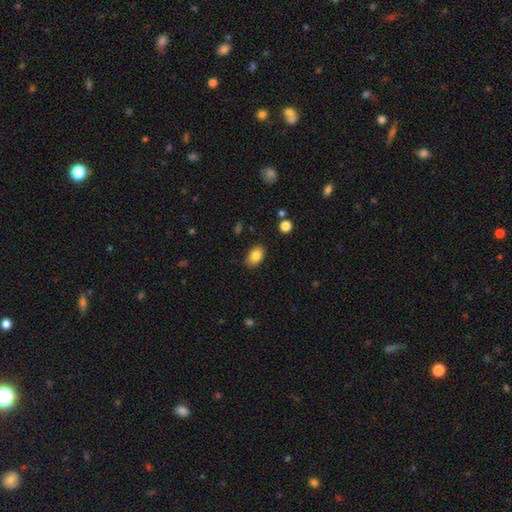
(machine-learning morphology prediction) smooth-or-featured: smooth: 83% | star or artifact: 9% | featured or disk: 8%
  how-rounded: in between: 86% | round: 13% | cigar-shaped: 1%
  merging: none: 85% | minor disturbance: 11% | major disturbance: 2% | merger: 1%